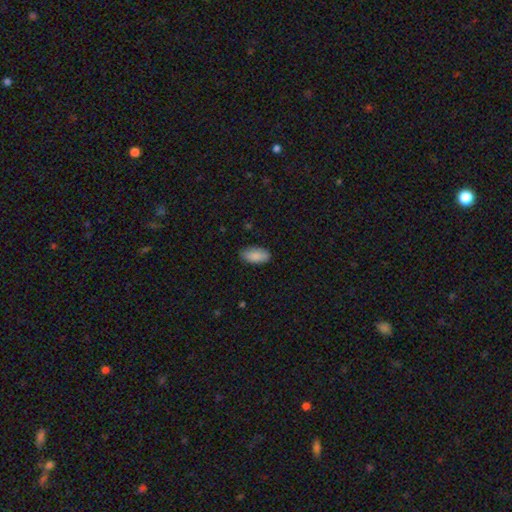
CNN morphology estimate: The model was most divided on "merging": none: 85%, minor disturbance: 12%, major disturbance: 2%, merger: 1%. More confident: how rounded — in between (93%); smooth or featured — smooth (89%).